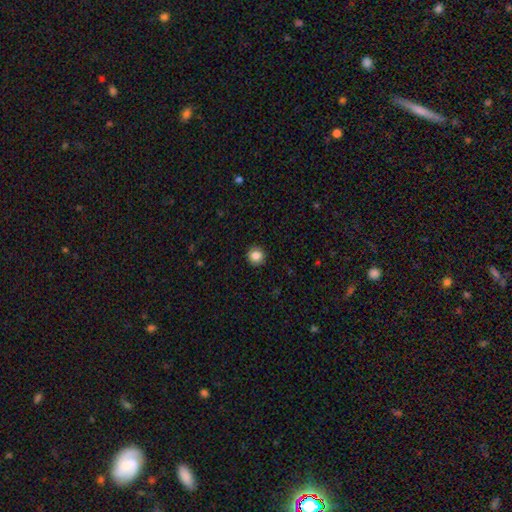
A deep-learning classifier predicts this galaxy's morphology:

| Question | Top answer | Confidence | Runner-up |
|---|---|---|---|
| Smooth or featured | smooth | 86% | star or artifact (10%) |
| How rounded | round | 94% | in between (5%) |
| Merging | none | 92% | minor disturbance (5%) |